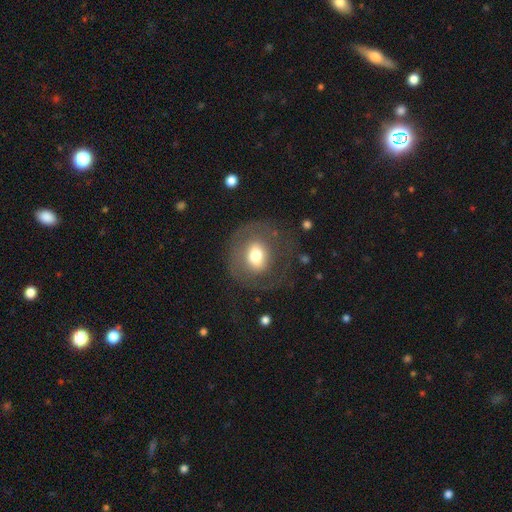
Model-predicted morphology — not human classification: This appears to be a smooth galaxy with no disk features (51%) that is round (70%). Merging: none (57%).